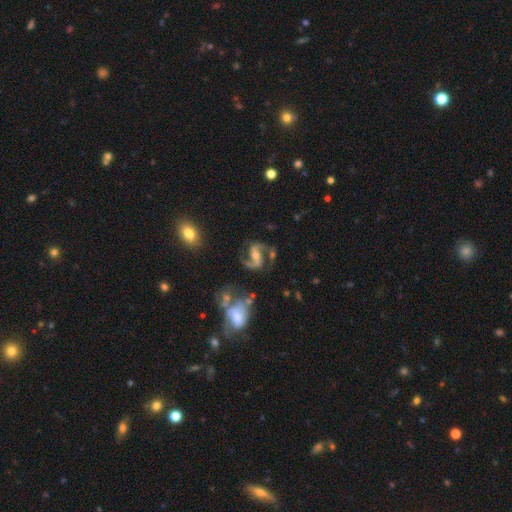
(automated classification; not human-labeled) A featured or disk galaxy (90%) with a weak bar (38%, tied with strong), 2 (94%) medium (57%) spiral arms (98%) and a moderate central bulge (47%).

Vote fractions:
- Smooth or featured? featured or disk: 90% / star or artifact: 5% / smooth: 4%
- Edge-on disk? no: 98% / yes: 2%
- Bar? weak: 38% (tied) / strong: 38% (tied) / no: 24%
- Spiral arms? yes: 98% / no: 2%
- Spiral winding? medium: 57% / loose: 32% / tight: 11%
- Spiral arm count? 2: 94% / can't tell: 2% / 1: 2% / 3: 1% / 4: 1% / more than 4: 1%
- Bulge size? moderate: 47% / small: 43% / none: 4% / large: 4% / dominant: 1%
- Merging? none: 68% / minor disturbance: 16% / major disturbance: 10% / merger: 6%